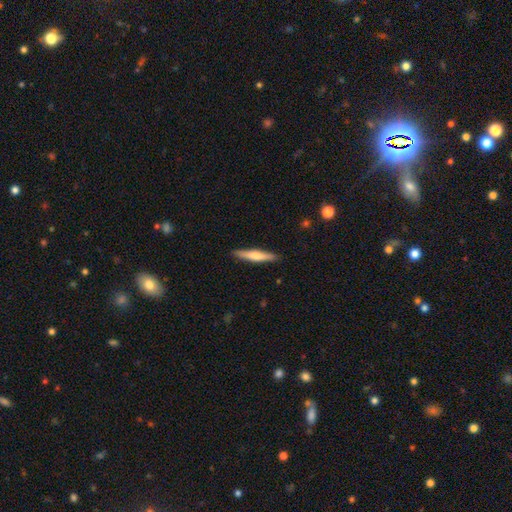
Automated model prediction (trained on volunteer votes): Q: Smooth or featured?
A: smooth (55%); runner-up: featured or disk (40%)
Q: How rounded?
A: cigar-shaped (91%); runner-up: in between (8%)
Q: Merging?
A: none (90%); runner-up: minor disturbance (7%)